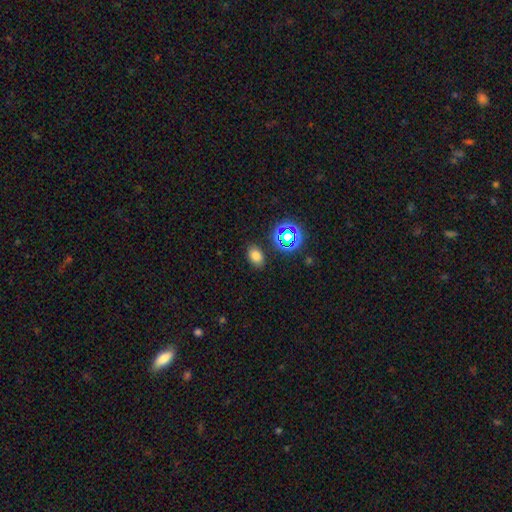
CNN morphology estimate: smooth-or-featured: smooth: 73% | star or artifact: 20% | featured or disk: 6%
  how-rounded: in between: 81% | round: 17% | cigar-shaped: 1%
  merging: none: 85% | minor disturbance: 10% | major disturbance: 3% | merger: 2%